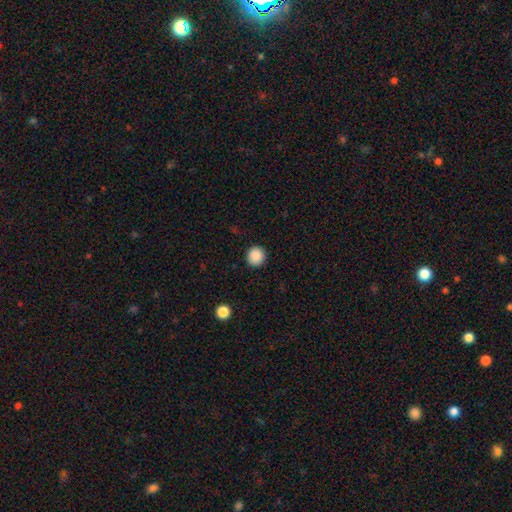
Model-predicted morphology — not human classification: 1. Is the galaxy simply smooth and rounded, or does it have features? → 89% smooth, 9% star or artifact, 2% featured or disk.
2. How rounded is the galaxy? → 94% round, 5% in between, 1% cigar-shaped.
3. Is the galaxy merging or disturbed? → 93% none, 5% minor disturbance, 2% major disturbance, 1% merger.